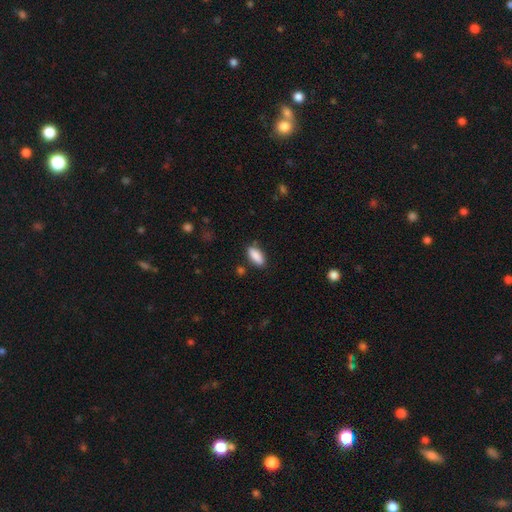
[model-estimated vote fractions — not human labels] Smooth or featured?
  - smooth: 88% *
  - star or artifact: 7%
  - featured or disk: 5%
How rounded?
  - in between: 84% *
  - cigar-shaped: 14%
  - round: 2%
Merging?
  - none: 80% *
  - minor disturbance: 14%
  - major disturbance: 3%
  - merger: 3%